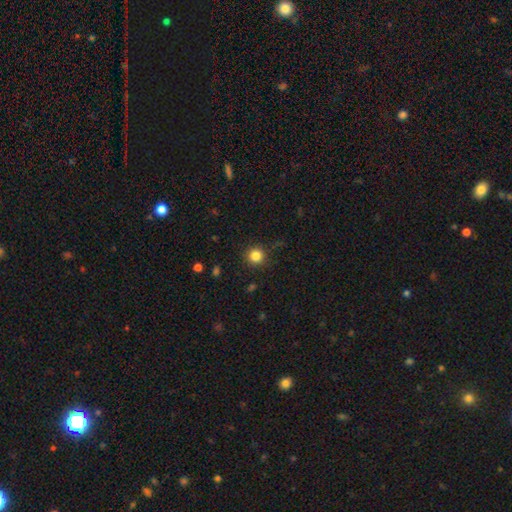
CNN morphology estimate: Smooth or featured? Predicted: smooth (p=0.84). How rounded? Predicted: round (p=0.94). Merging? Predicted: none (p=0.90).